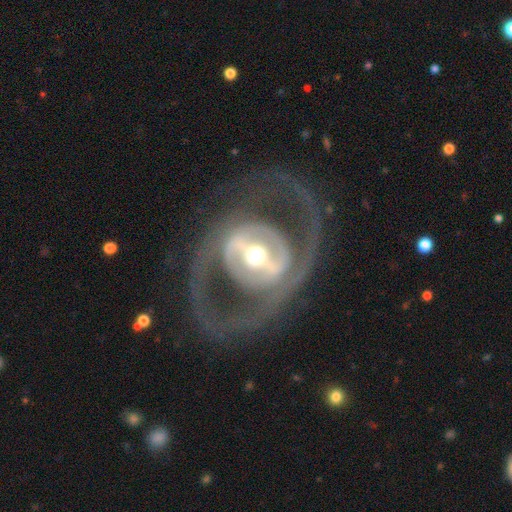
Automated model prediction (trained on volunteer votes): Overall: featured or disk (84%). Edge-on disk: no (94%). Bar: strong (53%; weak 27%). Spiral arms: yes (63%; no 37%). Bulge size: moderate (69%). Merging: none (68%).